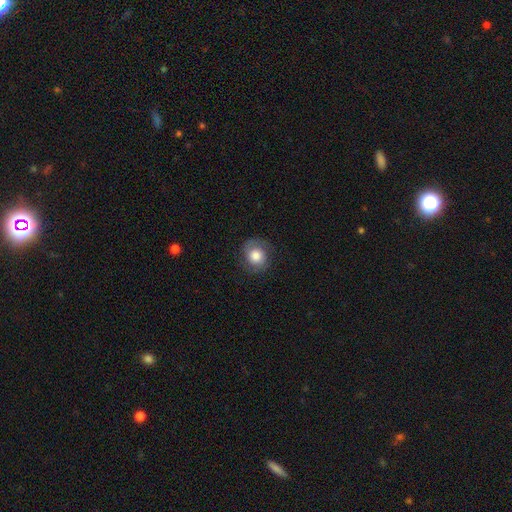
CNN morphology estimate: smooth_or_featured: smooth (p=0.65) [alt: featured or disk p=0.26]
how_rounded: round (p=0.82) [alt: in between p=0.17]
merging: none (p=0.77) [alt: minor disturbance p=0.15]